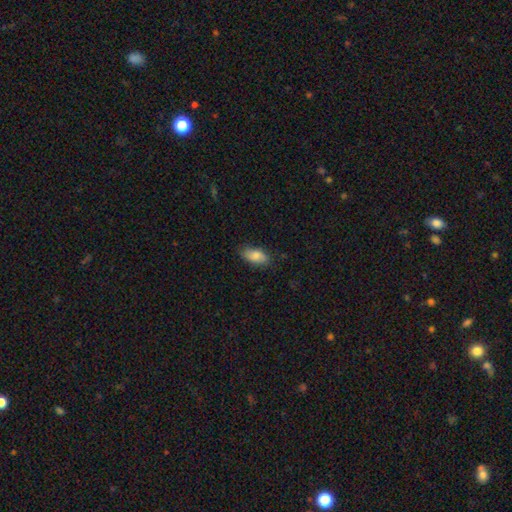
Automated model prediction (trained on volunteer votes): smooth_or_featured: smooth (p=0.83) [alt: featured or disk p=0.10]
how_rounded: in between (p=0.90) [alt: cigar-shaped p=0.07]
merging: none (p=0.80) [alt: minor disturbance p=0.16]